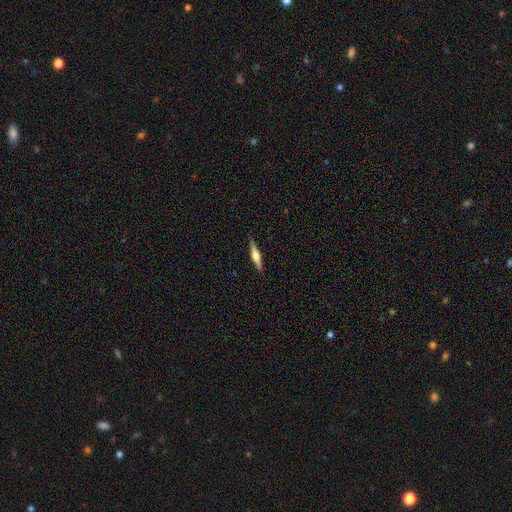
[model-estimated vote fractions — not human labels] Smooth or featured? featured or disk (61%)
Edge-on disk? yes (97%)
Edge-on bulge? rounded (87%)
Merging? none (90%)